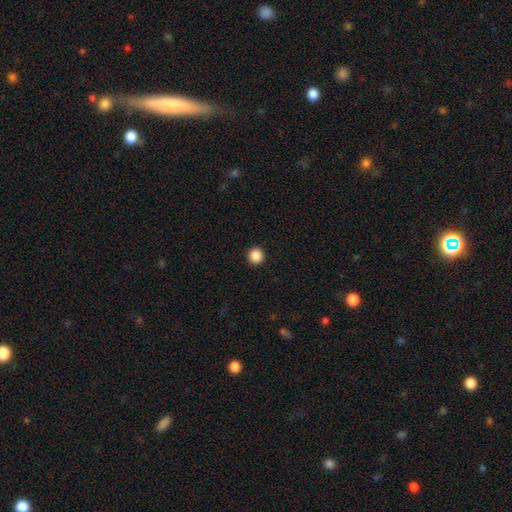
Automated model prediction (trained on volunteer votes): Morphology: type=smooth (88%); roundness=round (93%); merging=none (93%).